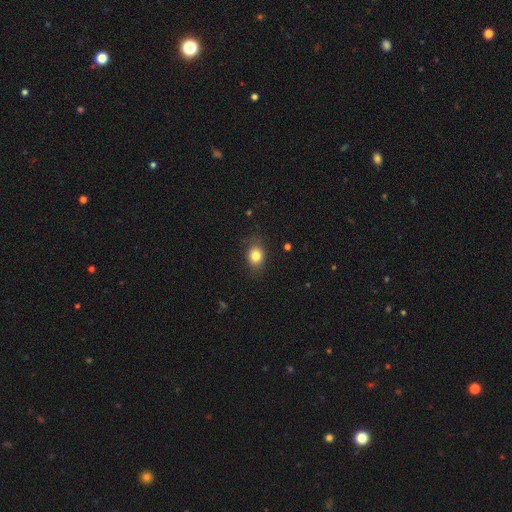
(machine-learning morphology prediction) Q: Smooth or featured?
A: smooth (81%); runner-up: star or artifact (10%)
Q: How rounded?
A: in between (53%); runner-up: round (46%)
Q: Merging?
A: none (79%); runner-up: minor disturbance (16%)